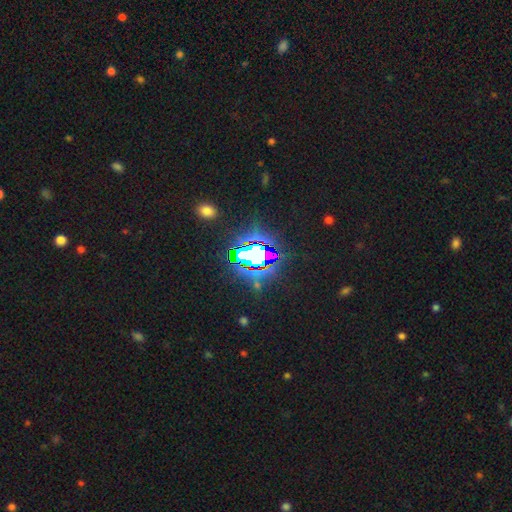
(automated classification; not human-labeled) smooth_or_featured: star or artifact (p=0.71) [alt: smooth p=0.17]